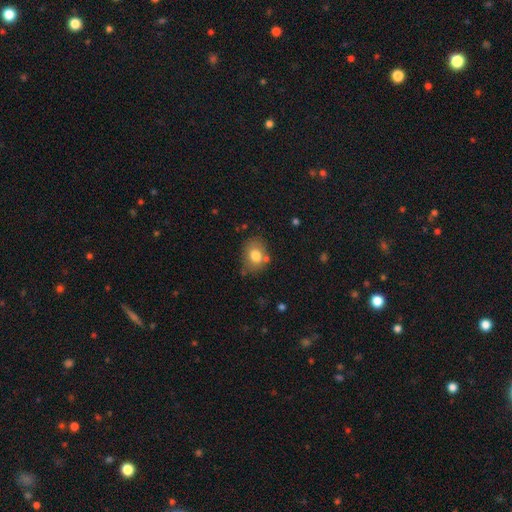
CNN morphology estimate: Overall: smooth (77%). How rounded: in between (56%; round 43%). Merging: none (70%).